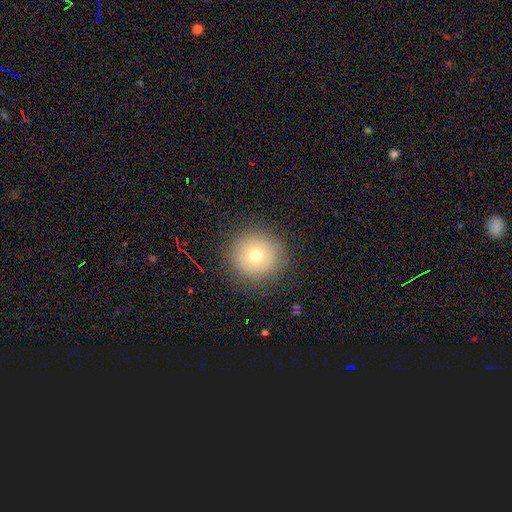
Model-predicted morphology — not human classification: The model was most divided on "smooth or featured": smooth: 69%, featured or disk: 18%, star or artifact: 13%. More confident: how rounded — round (95%); merging — none (87%).